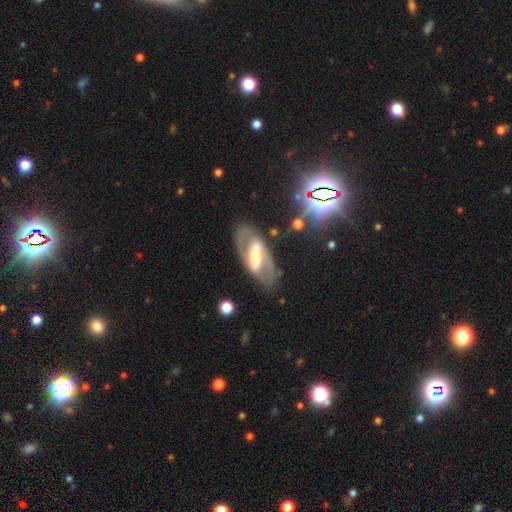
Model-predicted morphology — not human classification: Smooth or featured: featured or disk — 81% (smooth — 13%)
Edge-on disk: no — 92% (yes — 8%)
Bar: strong — 61% (weak — 27%)
Spiral arms: yes — 83% (no — 17%)
Spiral winding: medium — 50% (tight — 29%)
Spiral arm count: 2 — 88% (can't tell — 7%)
Bulge size: moderate — 43% (small — 31%)
Merging: none — 77% (minor disturbance — 13%)